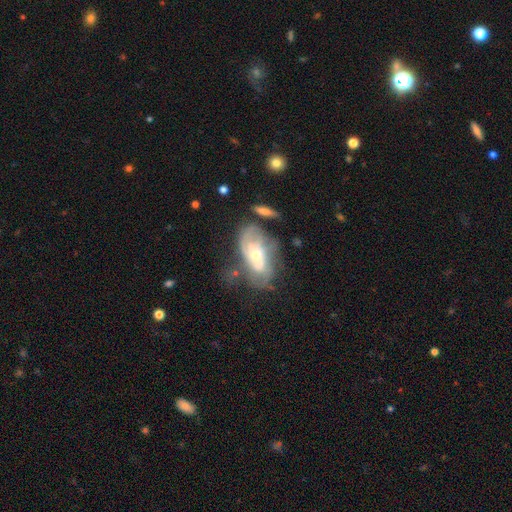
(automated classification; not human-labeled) Morphology: type=featured or disk (67%); edge-on=no (91%); bar=no (60%); spiral arms=yes (73%); bulge=moderate (55%); merging=none (38%).